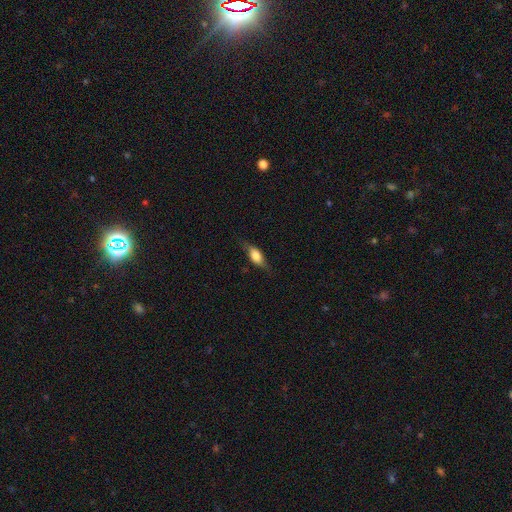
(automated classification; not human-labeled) Smooth or featured? Predicted: smooth (p=0.63). How rounded? Predicted: in between (p=0.72). Merging? Predicted: none (p=0.73).